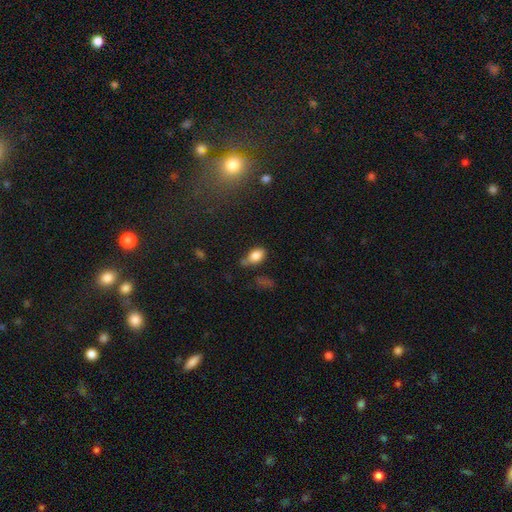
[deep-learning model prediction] Q: Smooth or featured?
A: smooth (82%); runner-up: featured or disk (10%)
Q: How rounded?
A: in between (88%); runner-up: round (8%)
Q: Merging?
A: none (50%); runner-up: minor disturbance (32%)